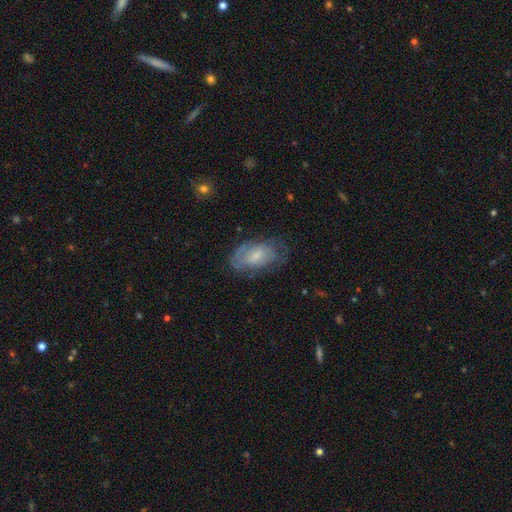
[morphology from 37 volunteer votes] Q: Smooth or featured?
A: featured or disk (68%); runner-up: smooth (27%)
Q: Edge-on disk?
A: no (92%); runner-up: yes (8%)
Q: Bar?
A: weak (61%); runner-up: no (26%)
Q: Spiral arms?
A: yes (83%); runner-up: no (17%)
Q: Spiral winding?
A: tight (58%); runner-up: medium (32%)
Q: Spiral arm count?
A: can't tell (63%); runner-up: 4 (26%)
Q: Bulge size?
A: small (74%); runner-up: moderate (17%)
Q: Merging?
A: none (66%); runner-up: minor disturbance (26%)